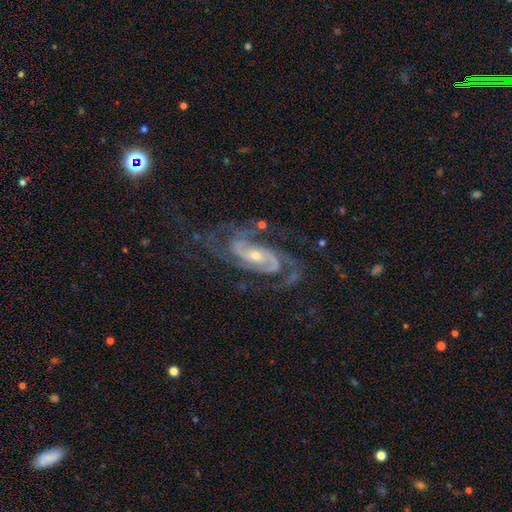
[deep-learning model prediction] The model was most divided on "spiral winding": tight: 47%, medium: 43%, loose: 10%. More confident: spiral arms — yes (98%); edge-on disk — no (96%); smooth or featured — featured or disk (91%); spiral arm count — 2 (69%); merging — none (66%); bulge size — small (61%); bar — no (52%).